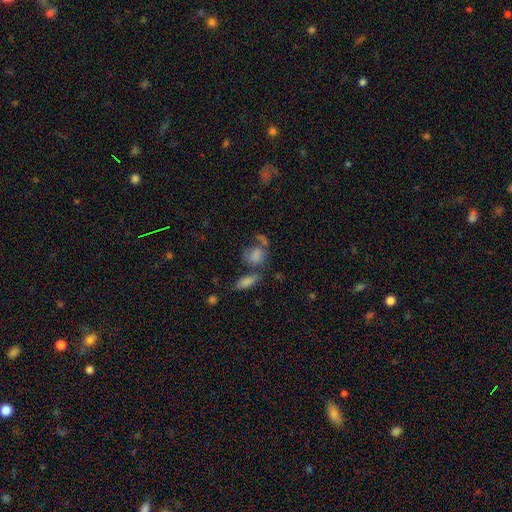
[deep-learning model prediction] smooth-or-featured: smooth: 64% | star or artifact: 21% | featured or disk: 16%
  how-rounded: in between: 51% | round: 44% | cigar-shaped: 5%
  merging: none: 43% | merger: 31% | minor disturbance: 14% | major disturbance: 12%